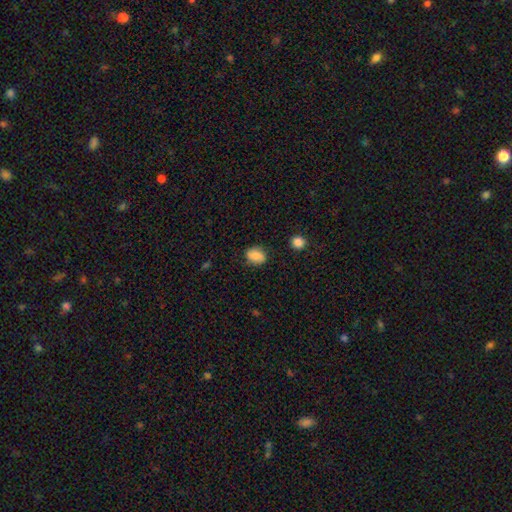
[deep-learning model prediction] This appears to be a smooth galaxy with no disk features (76%) that is in between round and cigar-shaped (51%). Merging: none (79%).